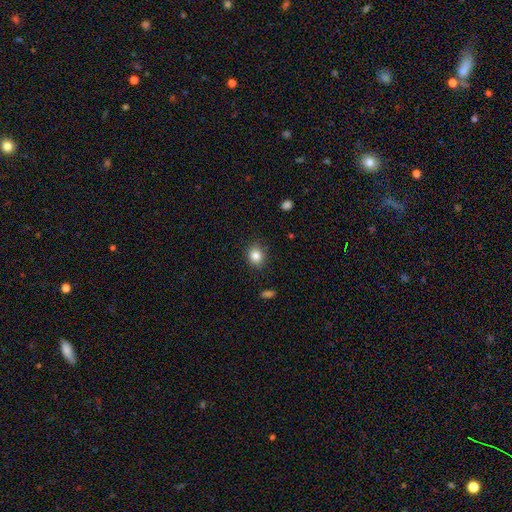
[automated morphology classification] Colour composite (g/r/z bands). It shows a smooth galaxy with no disk features (83%) that is round (64%). Merging: none (86%).